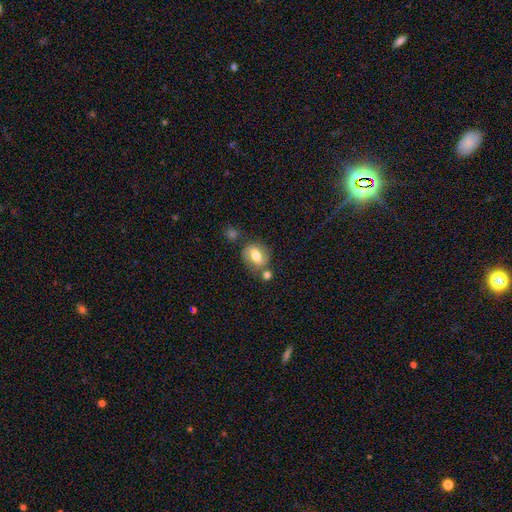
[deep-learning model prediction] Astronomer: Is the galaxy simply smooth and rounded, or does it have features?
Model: smooth — 64%.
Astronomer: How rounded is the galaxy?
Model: in between — 64%.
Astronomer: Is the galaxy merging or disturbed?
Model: none — 60%.